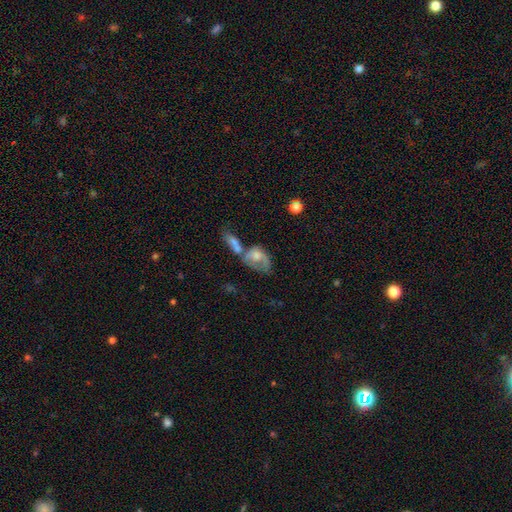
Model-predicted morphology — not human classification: Smooth or featured? featured or disk (56%)
Edge-on disk? no (87%)
Merging? none (40%)